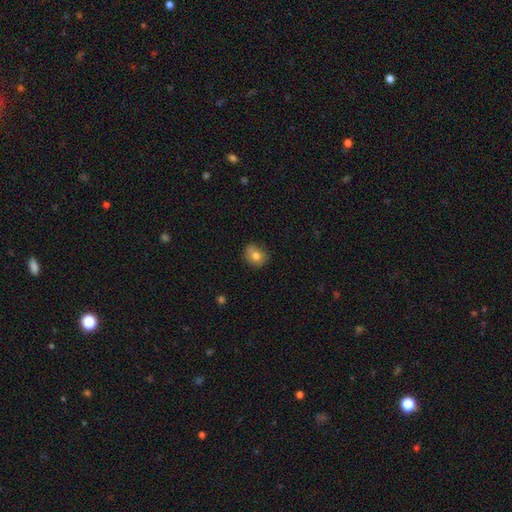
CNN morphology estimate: A smooth galaxy with no disk features (79%) that is round (62%). Merging: none (73%).